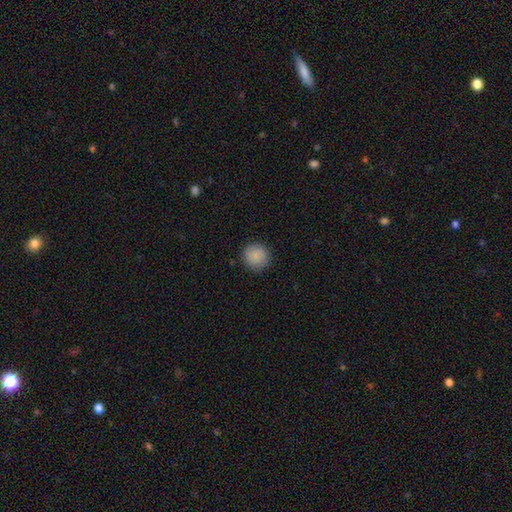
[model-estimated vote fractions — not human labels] smooth 86%, star or artifact 7%, featured or disk 7%. Down the decision tree: how rounded — round (94%); merging — none (89%).